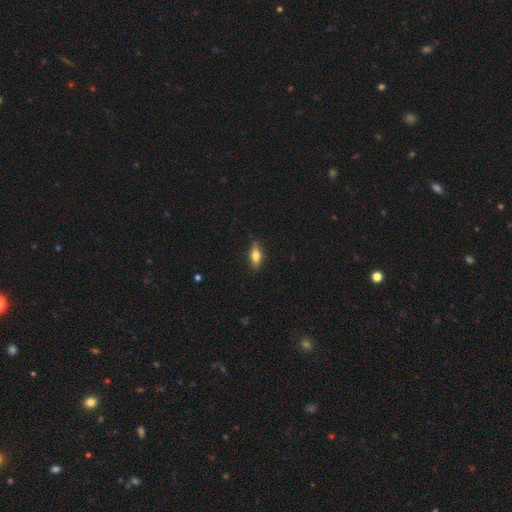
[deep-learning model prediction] This is likely a smooth galaxy (67%). How rounded: likely in between (74%). Merging: clearly none (82%).